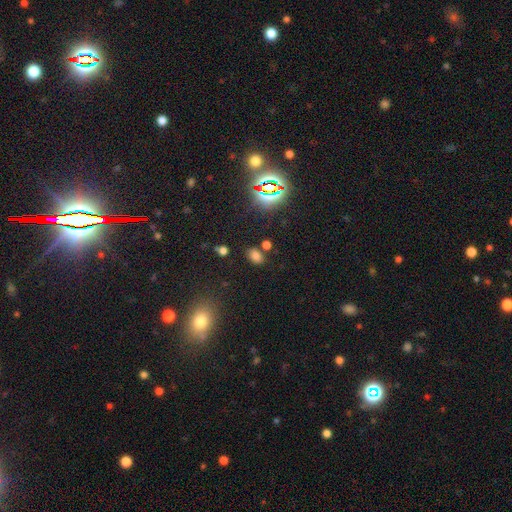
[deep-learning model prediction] A smooth galaxy with no disk features (66%) that is in between round and cigar-shaped (81%). Merging: none (79%).